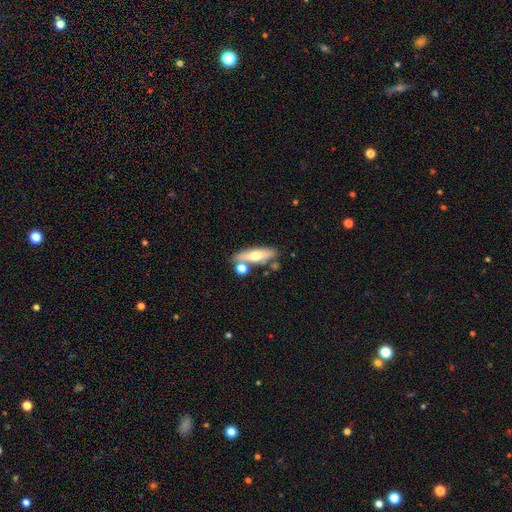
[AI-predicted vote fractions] Morphology: type=smooth (52%); roundness=cigar-shaped (58%); merging=none (68%).